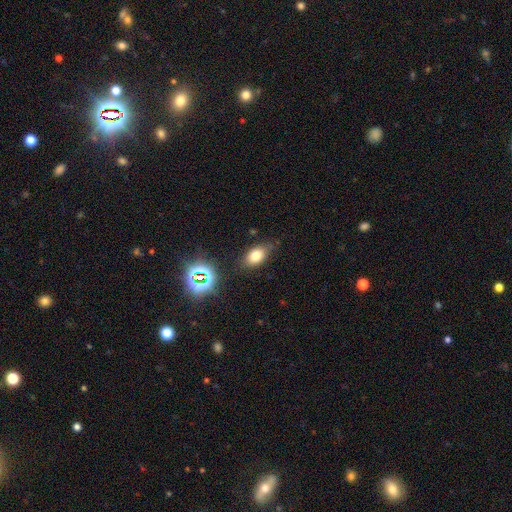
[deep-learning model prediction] smooth_or_featured: smooth (p=0.74) [alt: star or artifact p=0.15]
how_rounded: in between (p=0.84) [alt: round p=0.13]
merging: none (p=0.77) [alt: minor disturbance p=0.16]